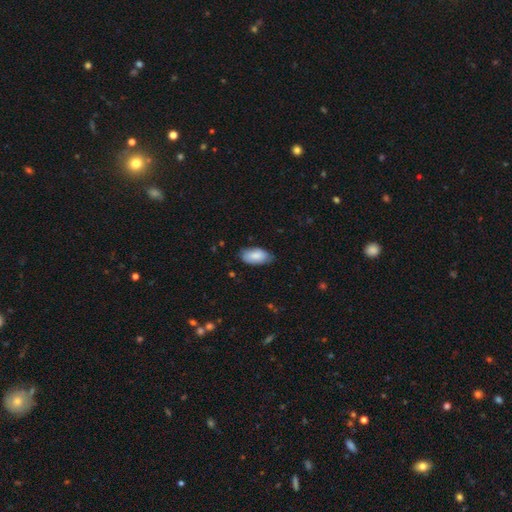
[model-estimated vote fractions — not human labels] The model was most divided on "merging": none: 73%, minor disturbance: 23%, major disturbance: 3%, merger: 1%. More confident: how rounded — in between (94%); smooth or featured — smooth (85%).